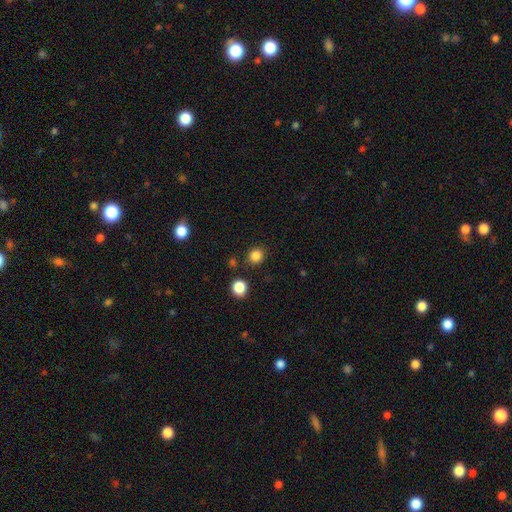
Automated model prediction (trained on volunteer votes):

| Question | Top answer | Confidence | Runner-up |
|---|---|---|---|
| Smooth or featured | smooth | 84% | star or artifact (12%) |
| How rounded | round | 83% | in between (16%) |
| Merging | none | 86% | minor disturbance (7%) |